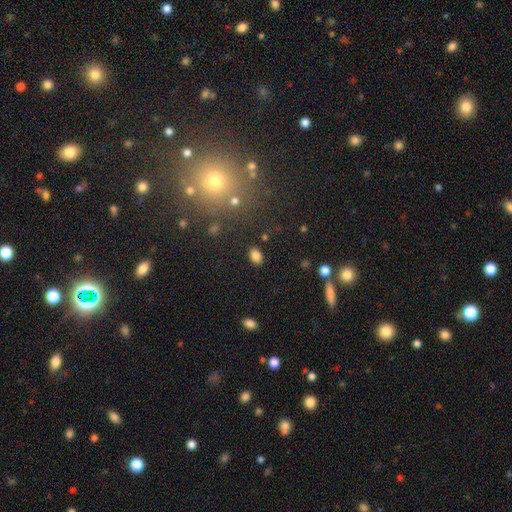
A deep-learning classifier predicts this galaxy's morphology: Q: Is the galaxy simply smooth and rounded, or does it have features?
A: smooth — 84%.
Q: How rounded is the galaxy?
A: in between — 81%.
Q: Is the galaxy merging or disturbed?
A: none — 85%.